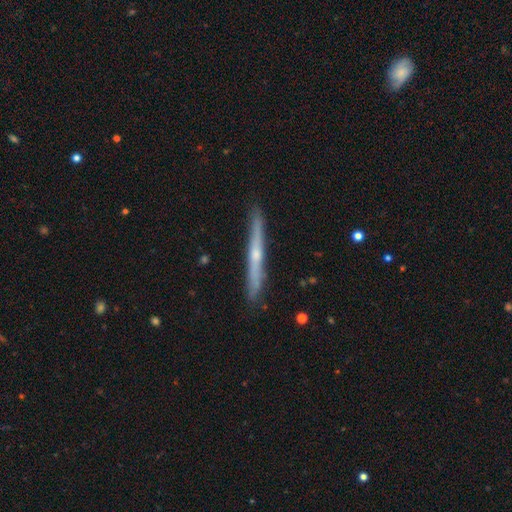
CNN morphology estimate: type=featured or disk (68%); edge-on=yes (97%); edge-on bulge=rounded (67%); merging=none (89%).